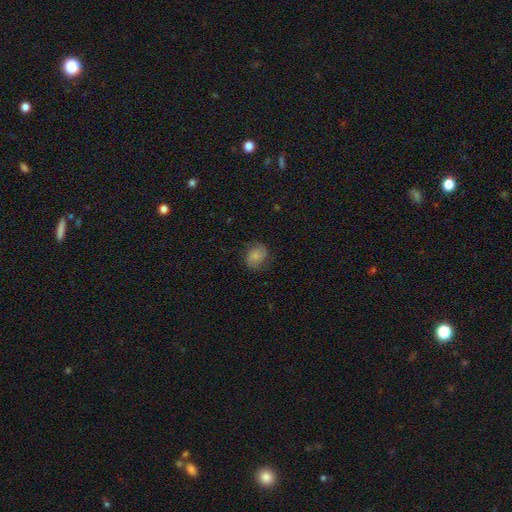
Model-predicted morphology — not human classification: Overall: smooth (62%; featured or disk 29%). How rounded: round (53%; in between 46%). Merging: none (71%).